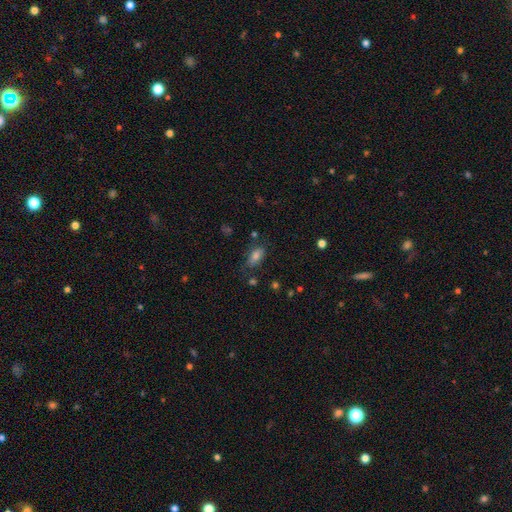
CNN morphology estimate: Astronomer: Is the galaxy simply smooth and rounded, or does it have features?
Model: smooth — 73%.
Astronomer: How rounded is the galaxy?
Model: in between — 84%.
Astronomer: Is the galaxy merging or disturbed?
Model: none — 72%.